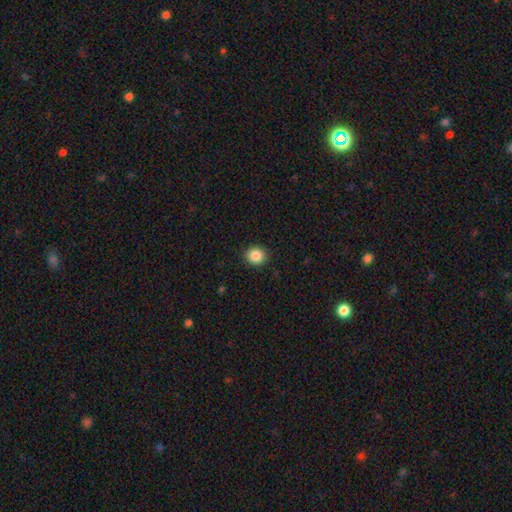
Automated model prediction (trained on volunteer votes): Overall: smooth (87%). How rounded: round (89%). Merging: none (91%).